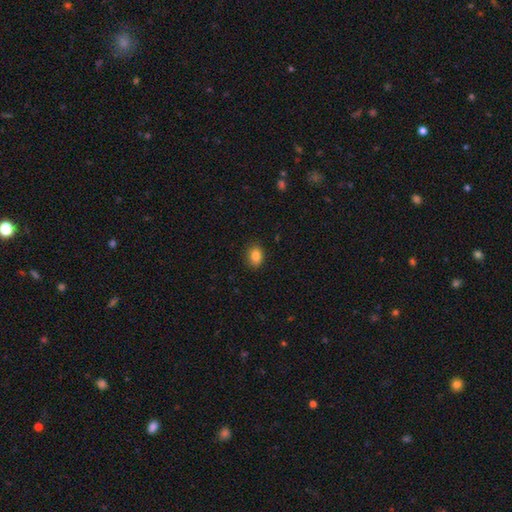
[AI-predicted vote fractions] Overall: smooth (85%). How rounded: in between (67%; round 32%). Merging: none (88%).